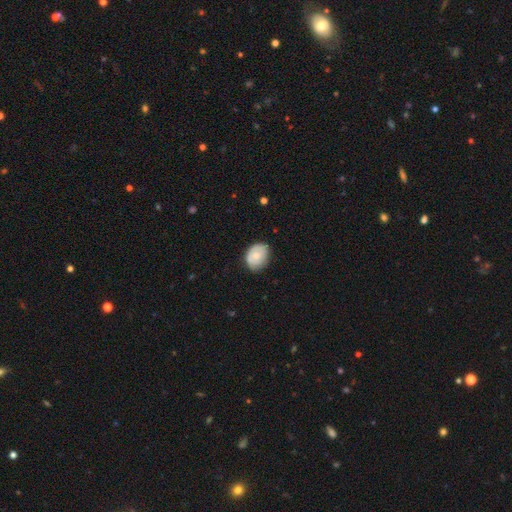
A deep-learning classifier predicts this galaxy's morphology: Q: Smooth or featured?
A: smooth (68%); runner-up: featured or disk (26%)
Q: How rounded?
A: in between (61%); runner-up: round (38%)
Q: Merging?
A: none (70%); runner-up: minor disturbance (24%)